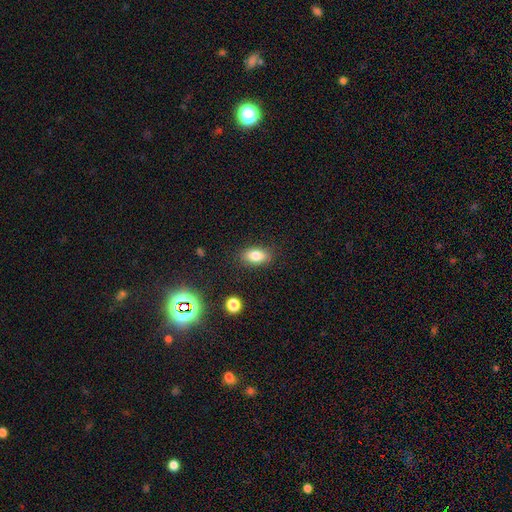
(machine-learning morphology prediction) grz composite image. It shows a smooth galaxy with no disk features (81%) that is in between round and cigar-shaped (87%). Merging: none (85%).